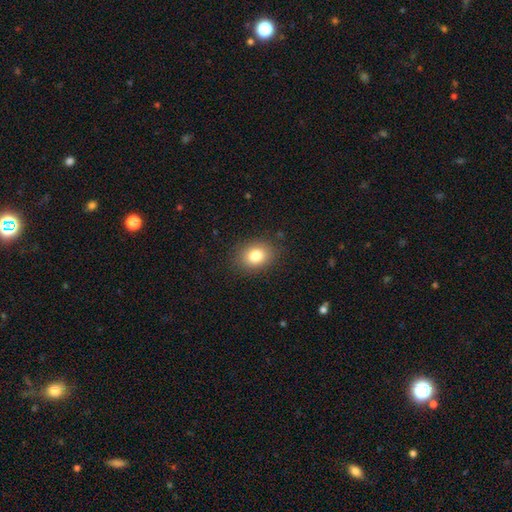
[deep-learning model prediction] This appears to be a smooth galaxy with no disk features (82%) that is in between round and cigar-shaped (56%). Merging: none (86%).